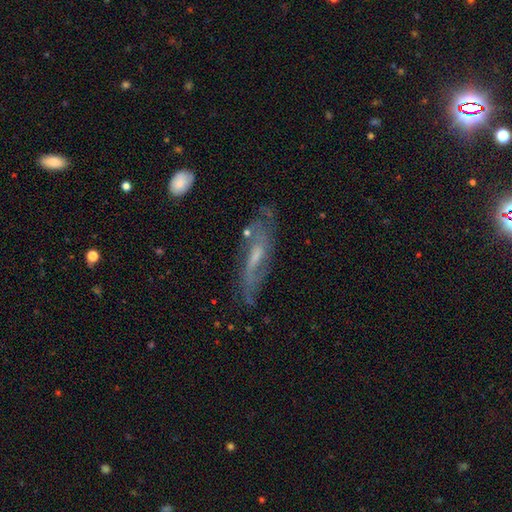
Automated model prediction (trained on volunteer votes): A featured or disk galaxy (72%).

Vote fractions:
- Smooth or featured? featured or disk: 72% / smooth: 20% / star or artifact: 8%
- Edge-on disk? no: 68% / yes: 32%
- Merging? none: 67% / minor disturbance: 21% / major disturbance: 9% / merger: 3%